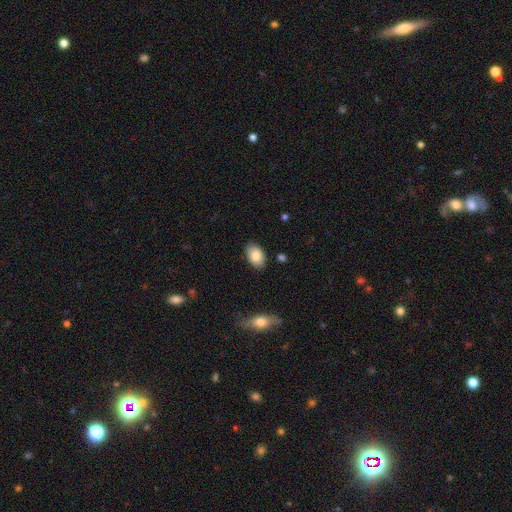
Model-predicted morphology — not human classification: The model was most divided on "smooth or featured": smooth: 84%, featured or disk: 9%, star or artifact: 7%. More confident: how rounded — in between (92%); merging — none (86%).